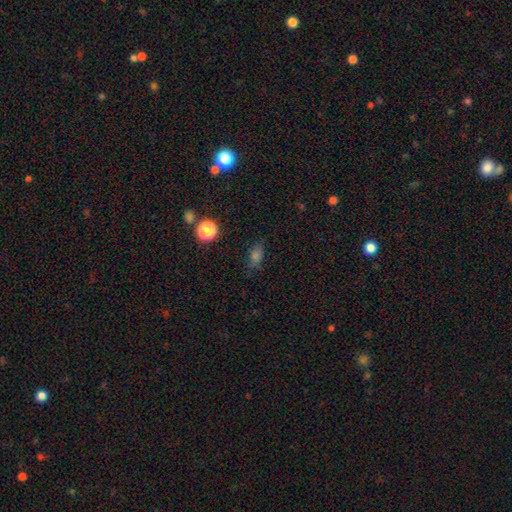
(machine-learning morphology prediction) A smooth galaxy with no disk features (68%) that is in between round and cigar-shaped (73%).

Vote fractions:
- Smooth or featured? smooth: 68% / star or artifact: 21% / featured or disk: 11%
- How rounded? in between: 73% / round: 18% / cigar-shaped: 9%
- Merging? none: 77% / minor disturbance: 17% / major disturbance: 5% / merger: 2%